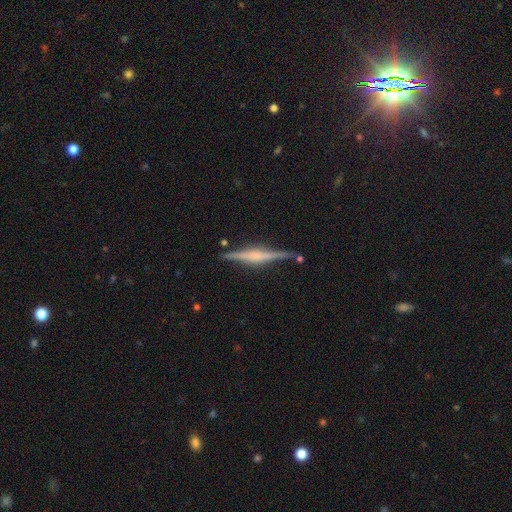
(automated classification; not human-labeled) This is likely a featured or disk galaxy (77%). It is clearly viewed edge-on (98%). Edge-on bulge: possibly rounded (57%). Merging: clearly none (86%).